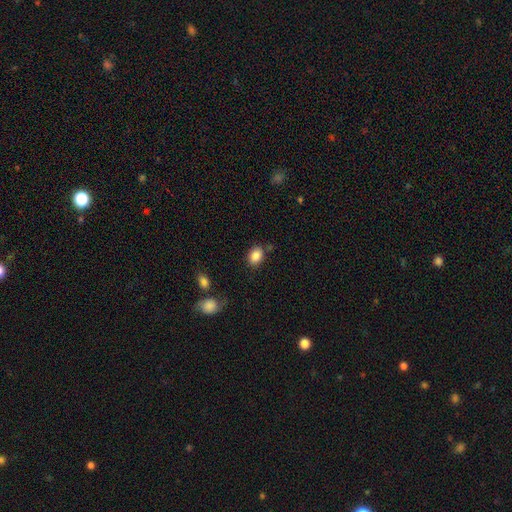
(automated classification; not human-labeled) Smooth or featured: smooth — 87% (star or artifact — 8%)
How rounded: in between — 70% (round — 28%)
Merging: none — 78% (minor disturbance — 13%)